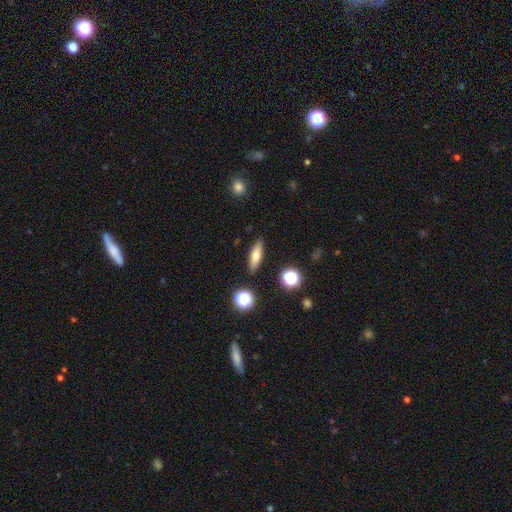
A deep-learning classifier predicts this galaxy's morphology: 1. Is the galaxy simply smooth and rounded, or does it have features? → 65% smooth, 26% featured or disk, 10% star or artifact.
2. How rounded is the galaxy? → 55% cigar-shaped, 40% in between, 6% round.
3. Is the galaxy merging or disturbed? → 87% none, 8% minor disturbance, 2% major disturbance, 2% merger.